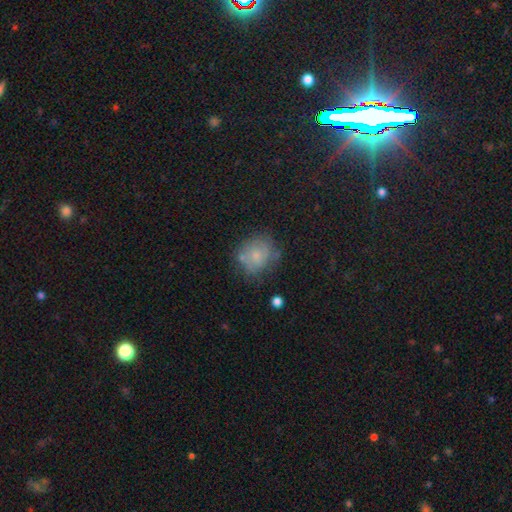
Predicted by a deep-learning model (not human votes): This is possibly a smooth galaxy (60%). How rounded: likely round (73%). Merging: likely none (61%).